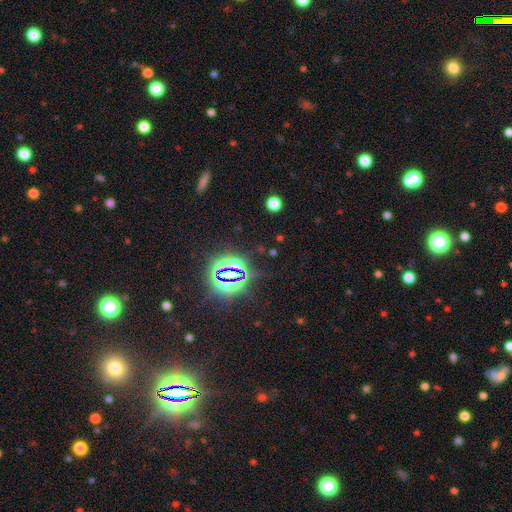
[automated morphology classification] Smooth or featured: star or artifact — 81% (smooth — 11%)